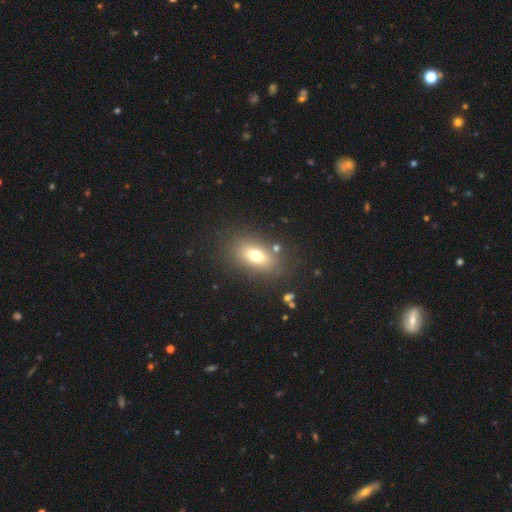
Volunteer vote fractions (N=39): Smooth or featured: smooth — 77% (featured or disk — 18%)
How rounded: in between — 97% (round — 3%)
Merging: none — 92% (minor disturbance — 5%)